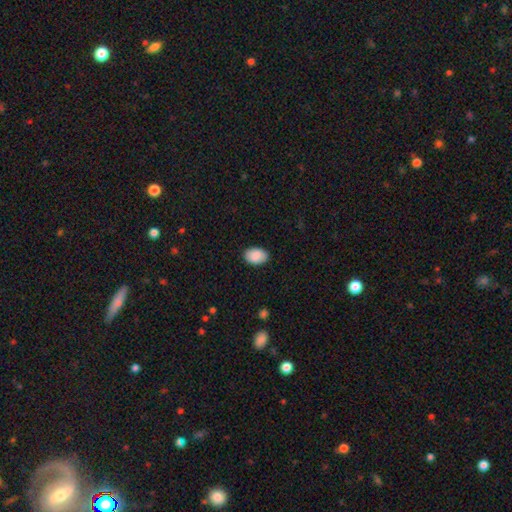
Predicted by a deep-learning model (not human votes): Overall: smooth (89%). How rounded: in between (85%). Merging: none (88%).